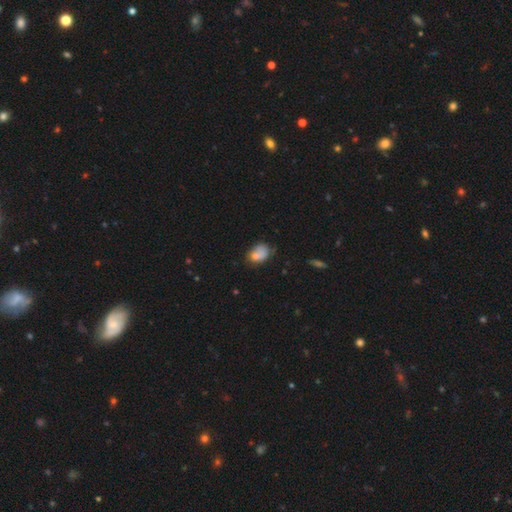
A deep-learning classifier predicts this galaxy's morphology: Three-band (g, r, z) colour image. It shows a smooth galaxy with no disk features (75%) that is in between round and cigar-shaped (79%). Merging: none (46%).